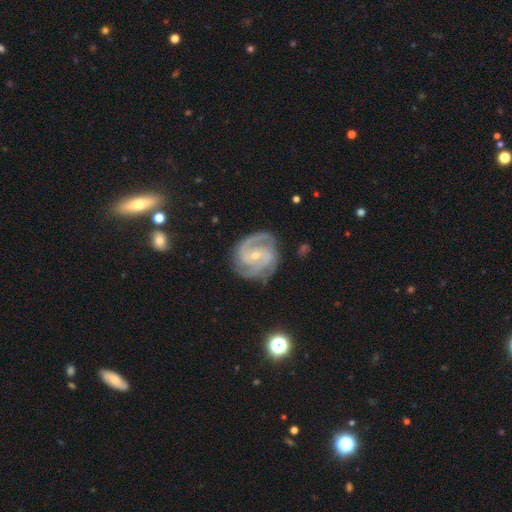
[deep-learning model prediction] Overall: featured or disk (91%). Edge-on disk: no (98%). Bar: weak (42%, tied with no). Spiral arms: yes (98%). Spiral arm count: 2 (55%; 3 24%). Spiral winding: tight (51%; medium 43%). Bulge size: small (72%). Merging: none (77%).